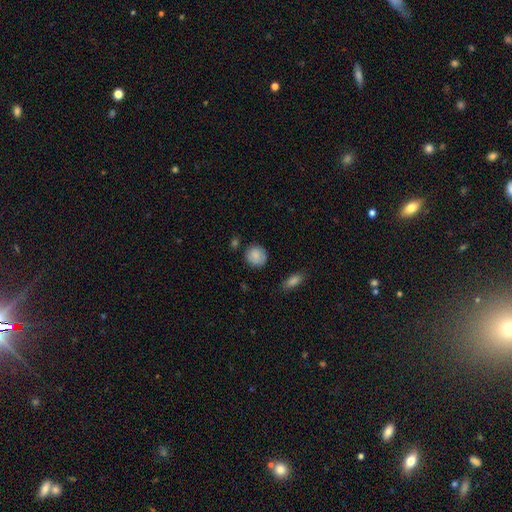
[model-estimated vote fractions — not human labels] smooth_or_featured: smooth (p=0.84) [alt: featured or disk p=0.08]
how_rounded: round (p=0.83) [alt: in between p=0.15]
merging: none (p=0.78) [alt: minor disturbance p=0.16]